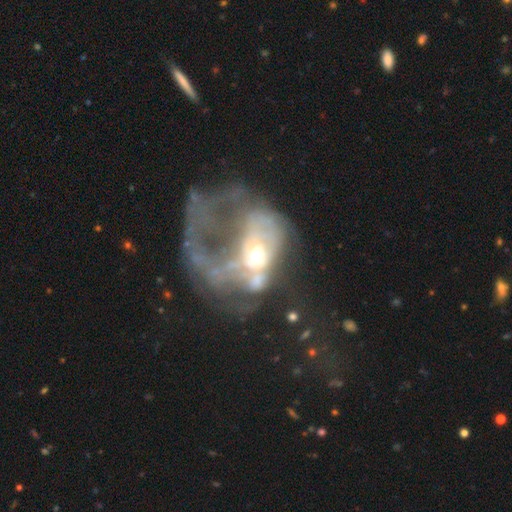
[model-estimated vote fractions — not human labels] smooth-or-featured: featured or disk: 68% | smooth: 19% | star or artifact: 12%
  disk-edge-on: no: 97% | yes: 3%
    bar: no: 79% | weak: 17% | strong: 5%
    has-spiral-arms: no: 64% | yes: 36%
    bulge-size: small: 49% | moderate: 40% | none: 5% | large: 4% | dominant: 2%
  merging: major disturbance: 59% | merger: 22% | none: 12% | minor disturbance: 8%